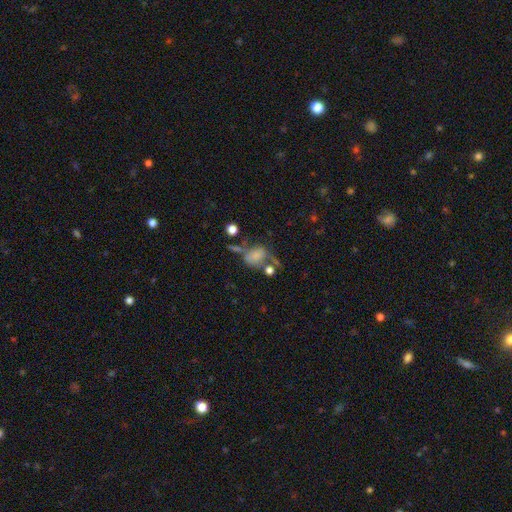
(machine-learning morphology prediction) smooth_or_featured: smooth (p=0.52) [alt: featured or disk p=0.34]
how_rounded: in between (p=0.62) [alt: round p=0.36]
merging: major disturbance (p=0.29) [alt: none p=0.27]